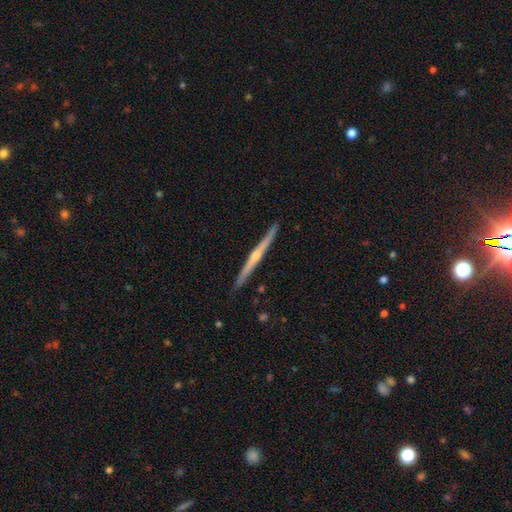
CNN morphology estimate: type=featured or disk (78%); edge-on=yes (98%); edge-on bulge=rounded (79%); merging=none (92%).